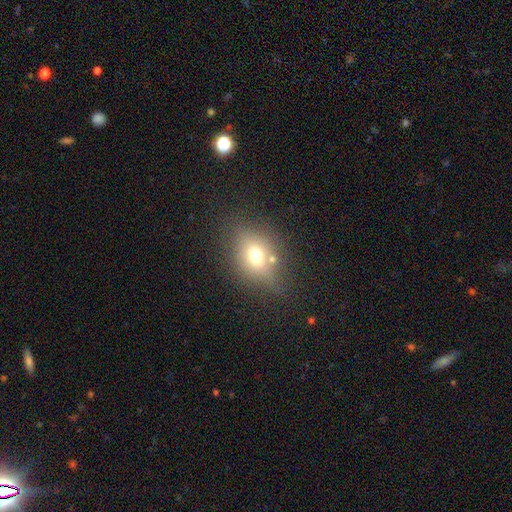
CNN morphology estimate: Smooth or featured: smooth — 65% (featured or disk — 19%)
How rounded: in between — 50% (round — 48%)
Merging: none — 67% (minor disturbance — 17%)